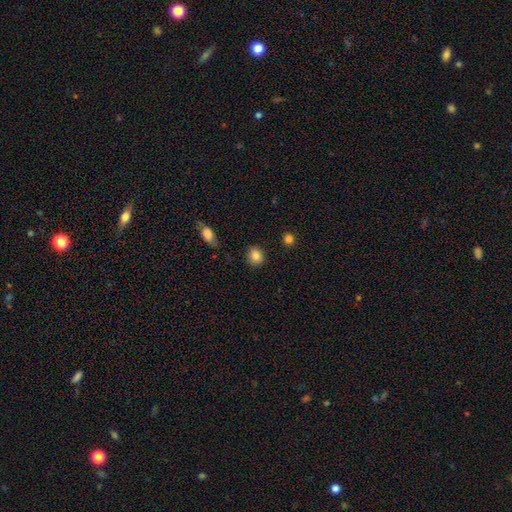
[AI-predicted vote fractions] smooth 85%, star or artifact 9%, featured or disk 6%. Down the decision tree: how rounded — round (71%); merging — none (87%).